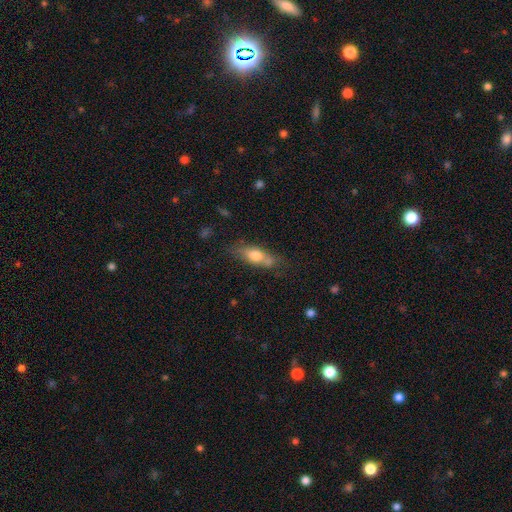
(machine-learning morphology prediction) Smooth or featured?
  - smooth: 68% *
  - featured or disk: 25%
  - star or artifact: 7%
How rounded?
  - in between: 63% *
  - cigar-shaped: 32%
  - round: 5%
Merging?
  - none: 60% *
  - minor disturbance: 22%
  - merger: 11%
  - major disturbance: 7%